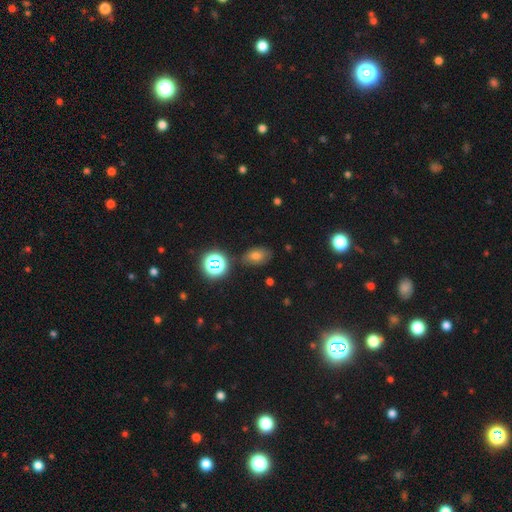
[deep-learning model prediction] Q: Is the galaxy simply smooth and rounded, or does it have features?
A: smooth — 67%.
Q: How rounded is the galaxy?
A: in between — 83%.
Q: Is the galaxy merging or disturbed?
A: none — 74%.